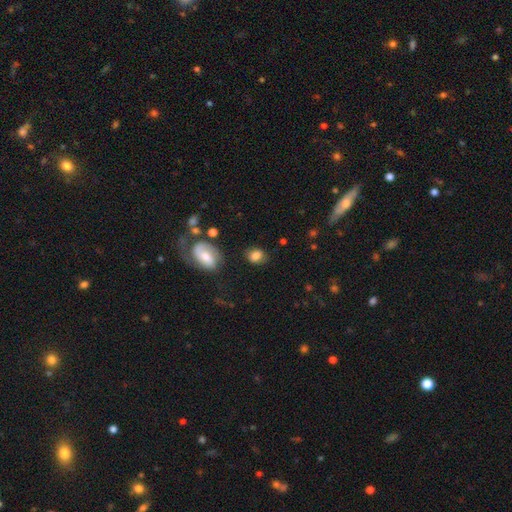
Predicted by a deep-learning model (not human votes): A smooth galaxy with no disk features (77%) that is in between round and cigar-shaped (58%).

Vote fractions:
- Smooth or featured? smooth: 77% / featured or disk: 14% / star or artifact: 9%
- How rounded? in between: 58% / round: 41% / cigar-shaped: 2%
- Merging? none: 68% / minor disturbance: 19% / major disturbance: 8% / merger: 4%